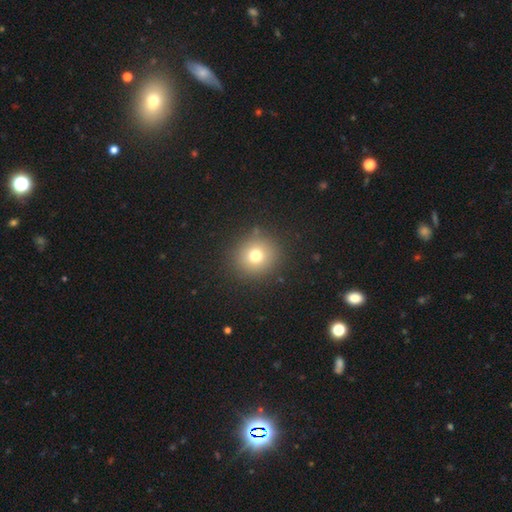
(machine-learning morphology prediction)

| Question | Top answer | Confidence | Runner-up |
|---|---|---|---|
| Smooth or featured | smooth | 73% | star or artifact (16%) |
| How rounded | round | 91% | in between (8%) |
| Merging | none | 88% | minor disturbance (7%) |